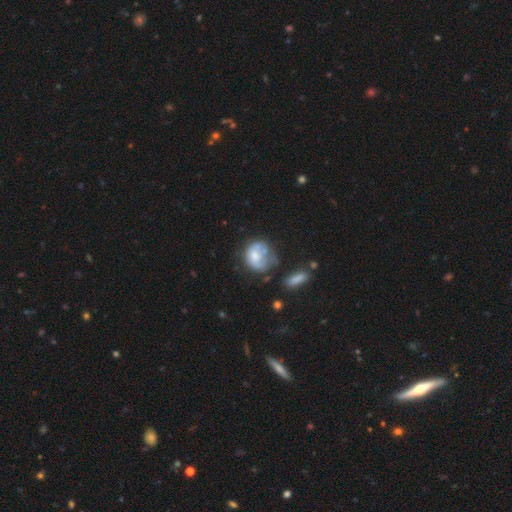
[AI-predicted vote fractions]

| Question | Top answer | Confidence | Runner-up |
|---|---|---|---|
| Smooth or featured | smooth | 51% | featured or disk (40%) |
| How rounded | round | 56% | in between (43%) |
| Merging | none | 33% | major disturbance (29%) |